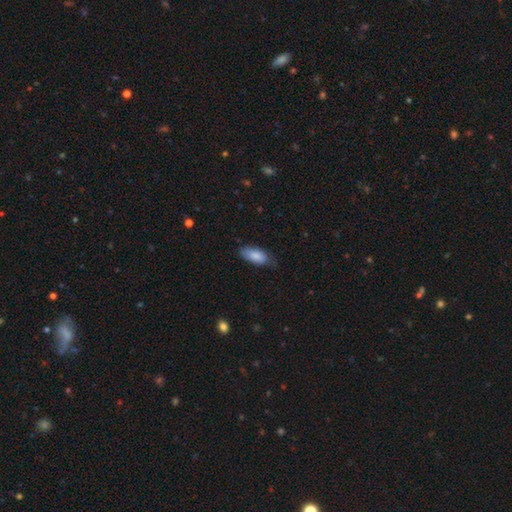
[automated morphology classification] type=smooth (85%); roundness=in between (86%); merging=none (68%).